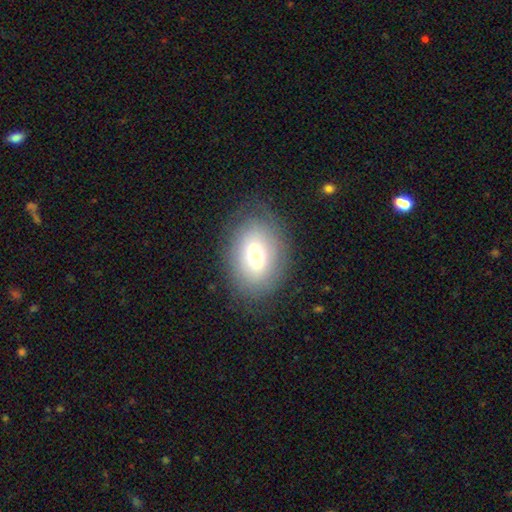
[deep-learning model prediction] The model was most divided on "smooth or featured": smooth: 59%, featured or disk: 32%, star or artifact: 10%. More confident: how rounded — in between (82%); merging — none (79%).